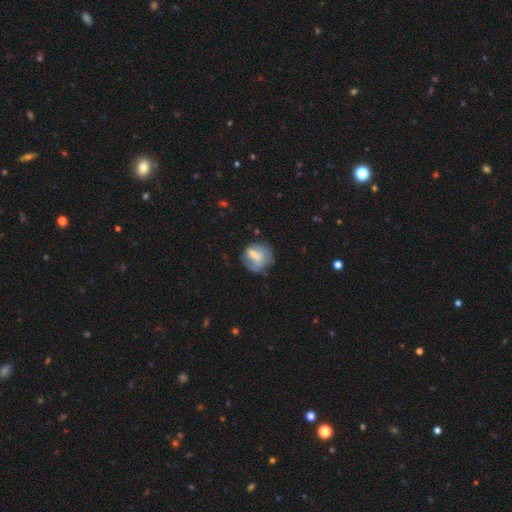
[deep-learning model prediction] This appears to be a smooth galaxy with no disk features (55%) that is round (77%). Merging: none (49%).